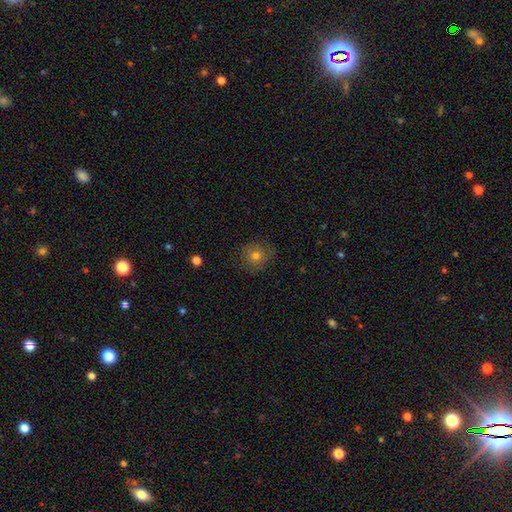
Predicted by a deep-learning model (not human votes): The model was most divided on "smooth or featured": smooth: 72%, featured or disk: 17%, star or artifact: 11%. More confident: how rounded — round (85%); merging — none (79%).